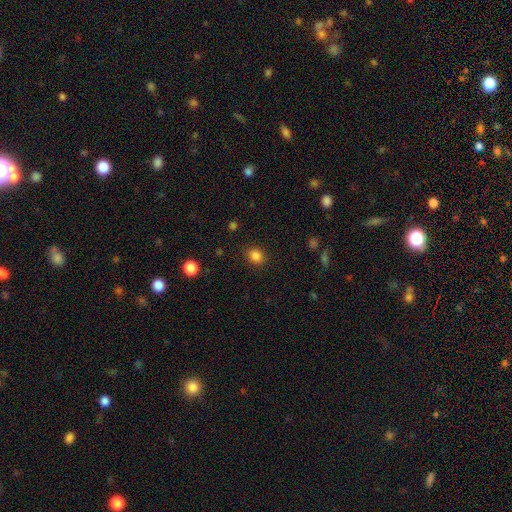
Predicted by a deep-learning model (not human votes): A smooth galaxy with no disk features (85%) that is round (62%).

Vote fractions:
- Smooth or featured? smooth: 85% / star or artifact: 11% / featured or disk: 4%
- How rounded? round: 62% / in between: 37% / cigar-shaped: 1%
- Merging? none: 87% / minor disturbance: 9% / major disturbance: 3% / merger: 1%